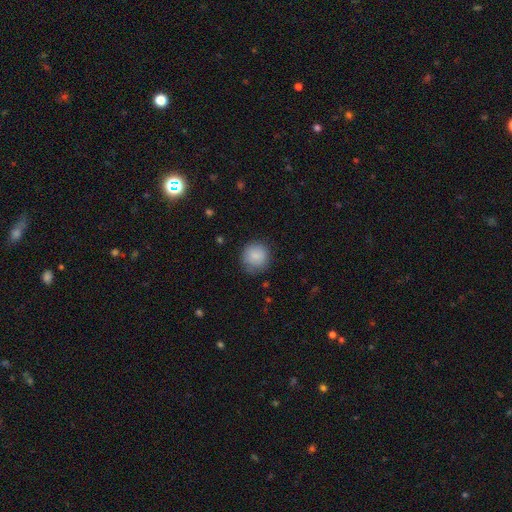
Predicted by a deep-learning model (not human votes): smooth-or-featured: smooth: 86% | star or artifact: 8% | featured or disk: 6%
  how-rounded: round: 91% | in between: 8% | cigar-shaped: 1%
  merging: none: 80% | minor disturbance: 15% | major disturbance: 4% | merger: 1%